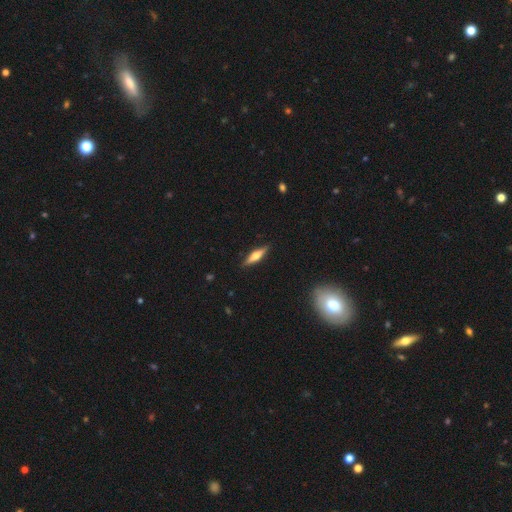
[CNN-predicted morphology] This is likely a featured or disk galaxy (61%). It is clearly viewed edge-on (96%). Edge-on bulge: clearly rounded (91%). Merging: clearly none (90%).